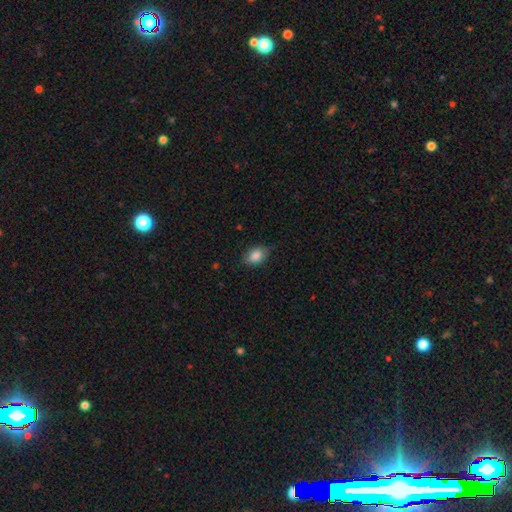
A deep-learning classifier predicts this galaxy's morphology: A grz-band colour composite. It shows a smooth galaxy with no disk features (85%) that is in between round and cigar-shaped (75%). Merging: none (77%).